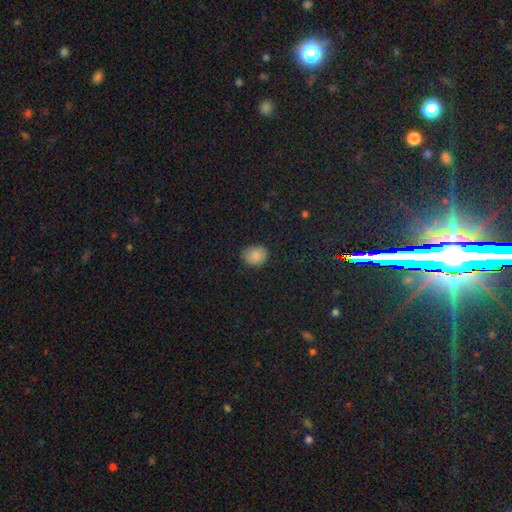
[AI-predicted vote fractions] smooth_or_featured: smooth (p=0.82) [alt: star or artifact p=0.10]
how_rounded: round (p=0.56) [alt: in between p=0.43]
merging: none (p=0.80) [alt: minor disturbance p=0.16]